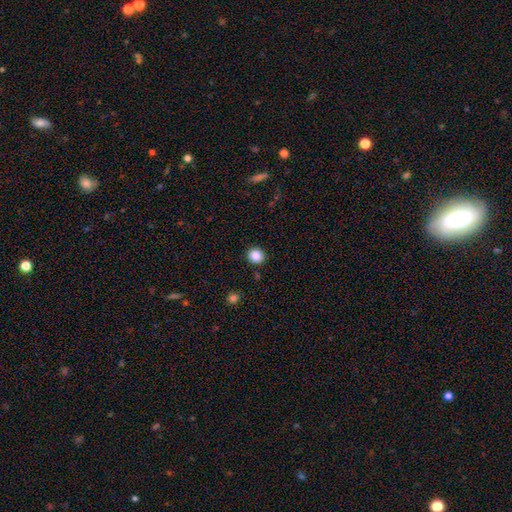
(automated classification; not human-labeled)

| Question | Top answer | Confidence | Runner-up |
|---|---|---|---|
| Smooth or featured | smooth | 87% | star or artifact (10%) |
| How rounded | round | 85% | in between (14%) |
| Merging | none | 90% | minor disturbance (6%) |